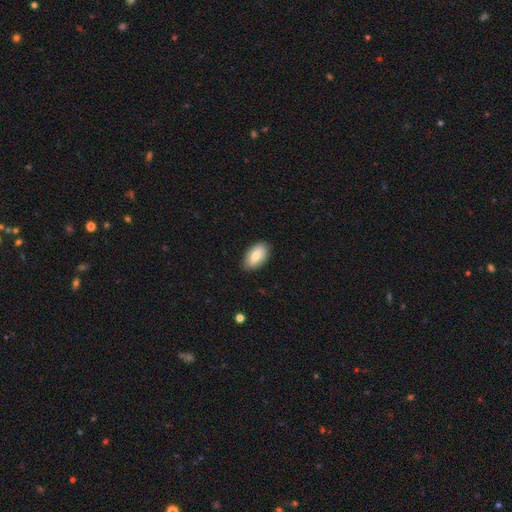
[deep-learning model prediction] smooth_or_featured: smooth (p=0.72) [alt: featured or disk p=0.22]
how_rounded: in between (p=0.93) [alt: round p=0.04]
merging: none (p=0.86) [alt: minor disturbance p=0.11]